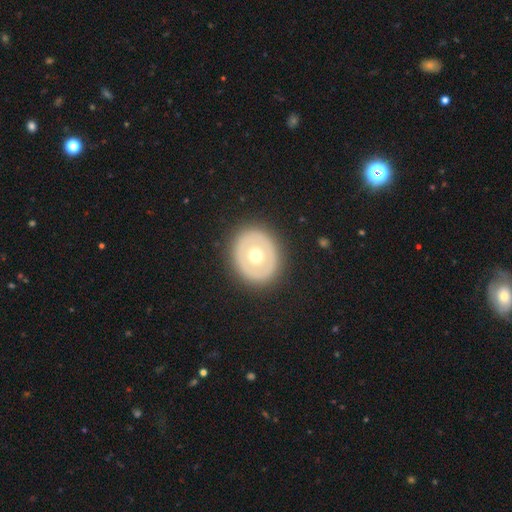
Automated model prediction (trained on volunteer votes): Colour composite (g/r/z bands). It shows a featured or disk galaxy (49%). Merging: none (88%).